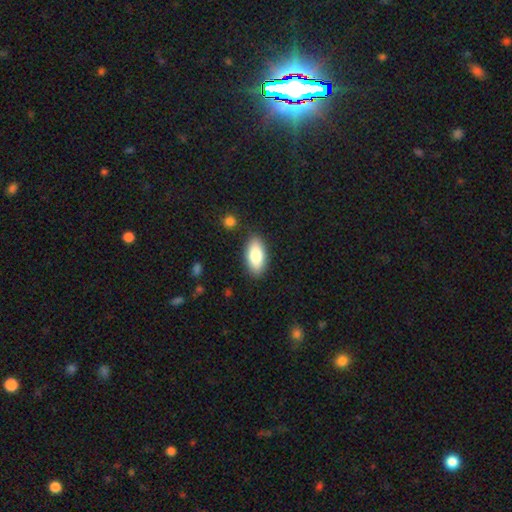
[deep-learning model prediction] smooth 80%, featured or disk 13%, star or artifact 7%. Down the decision tree: how rounded — in between (89%); merging — none (86%).